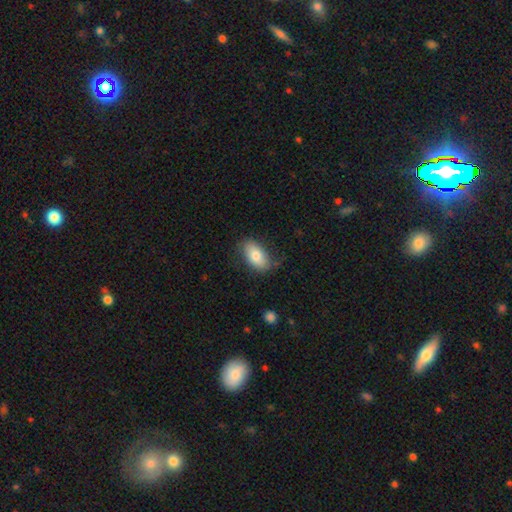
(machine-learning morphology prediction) Smooth or featured? Predicted: smooth (p=0.78). How rounded? Predicted: in between (p=0.93). Merging? Predicted: none (p=0.73).